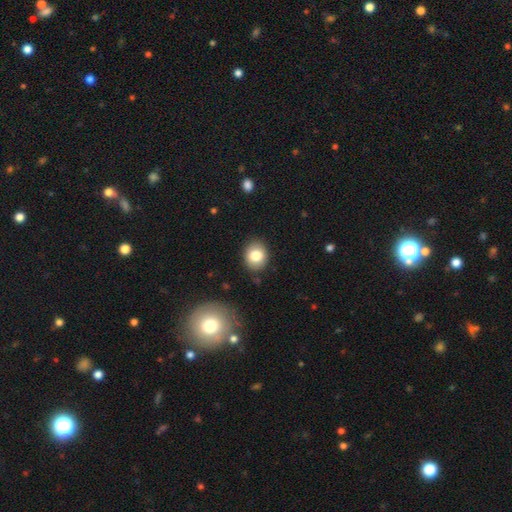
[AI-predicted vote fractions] This appears to be a smooth galaxy with no disk features (80%) that is round (56%). Merging: none (87%).